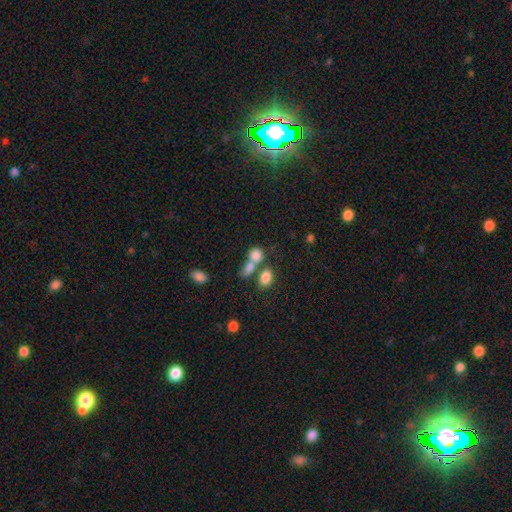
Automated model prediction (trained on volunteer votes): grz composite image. It shows a smooth galaxy with no disk features (79%) that is in between round and cigar-shaped (53%). Merging: merger (52%).